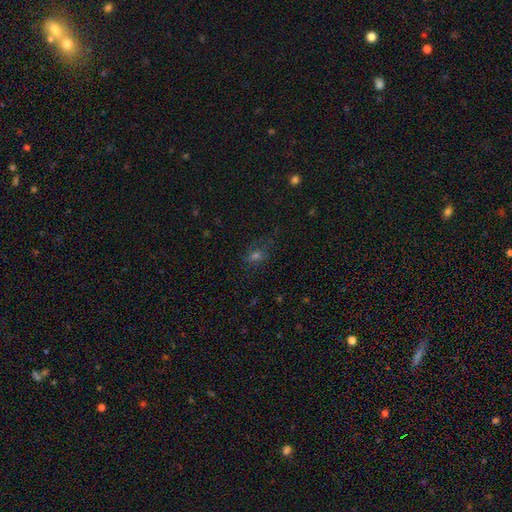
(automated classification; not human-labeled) A smooth galaxy with no disk features (46%). Merging: none (62%).